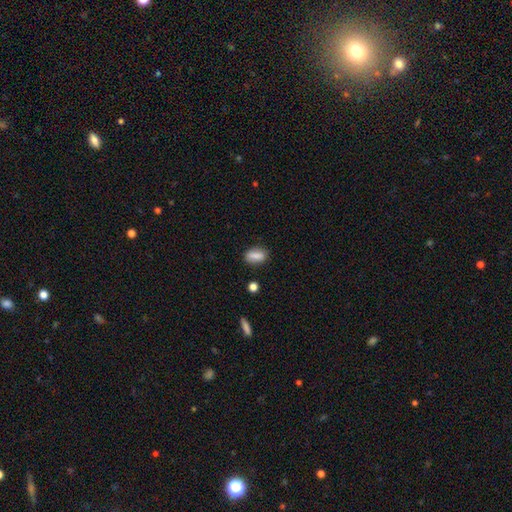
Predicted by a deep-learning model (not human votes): Smooth or featured?
  - smooth: 84% *
  - featured or disk: 8%
  - star or artifact: 8%
How rounded?
  - in between: 80% *
  - cigar-shaped: 11%
  - round: 9%
Merging?
  - none: 80% *
  - minor disturbance: 14%
  - major disturbance: 3%
  - merger: 3%